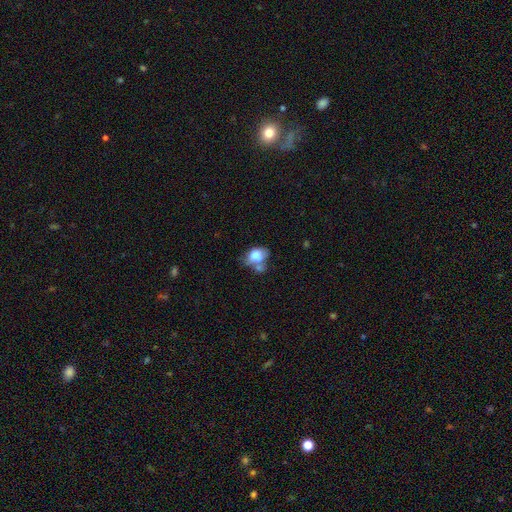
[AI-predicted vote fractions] A smooth galaxy with no disk features (74%) that is in between round and cigar-shaped (71%).

Vote fractions:
- Smooth or featured? smooth: 74% / featured or disk: 18% / star or artifact: 8%
- How rounded? in between: 71% / round: 27% / cigar-shaped: 1%
- Merging? merger: 40% / none: 29% / minor disturbance: 20% / major disturbance: 12%